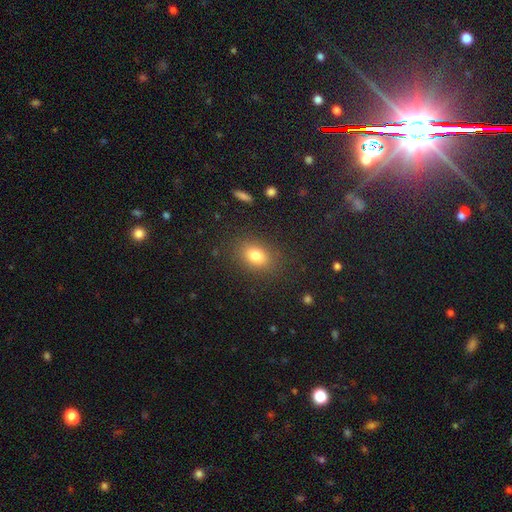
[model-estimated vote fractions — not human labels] Q: Smooth or featured?
A: smooth (81%); runner-up: star or artifact (11%)
Q: How rounded?
A: in between (74%); runner-up: round (24%)
Q: Merging?
A: none (85%); runner-up: minor disturbance (10%)